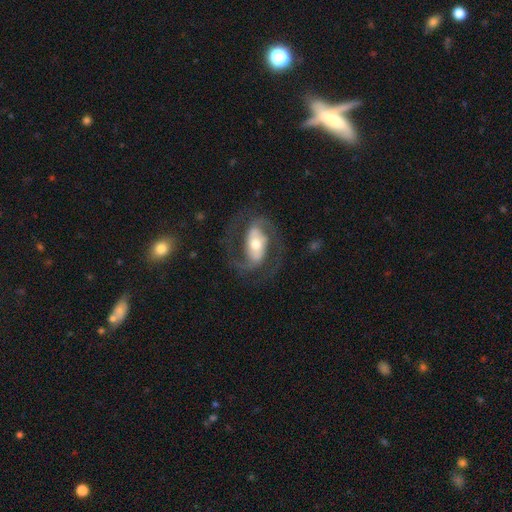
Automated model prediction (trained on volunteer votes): A featured or disk galaxy (84%) with a strong bar (45%), 2 (90%) medium (55%) spiral arms (93%) and a moderate central bulge (58%). Merging: none (72%).